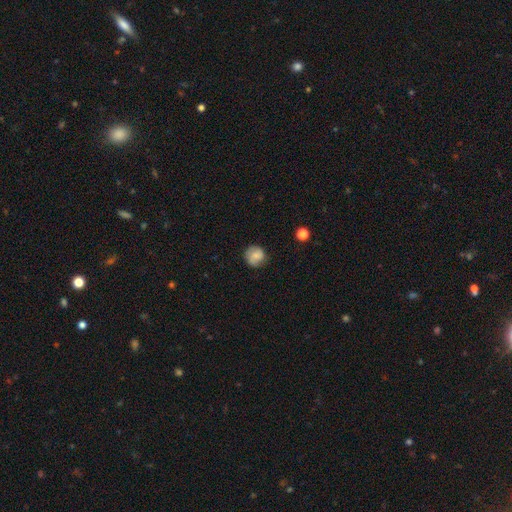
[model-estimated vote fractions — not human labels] Overall: smooth (72%). How rounded: round (89%). Merging: none (76%).